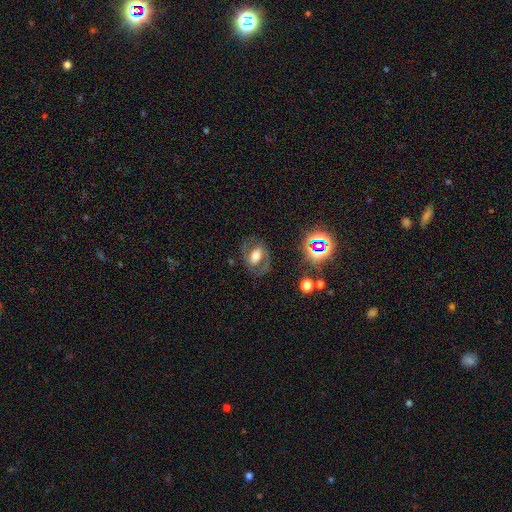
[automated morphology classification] Overall: featured or disk (53%; smooth 34%). Edge-on disk: no (95%). Merging: none (75%).